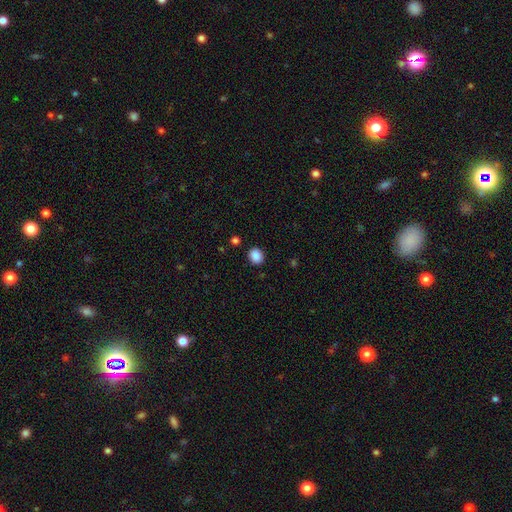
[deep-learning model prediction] Q: Smooth or featured?
A: smooth (88%); runner-up: star or artifact (9%)
Q: How rounded?
A: round (67%); runner-up: in between (32%)
Q: Merging?
A: none (89%); runner-up: minor disturbance (7%)